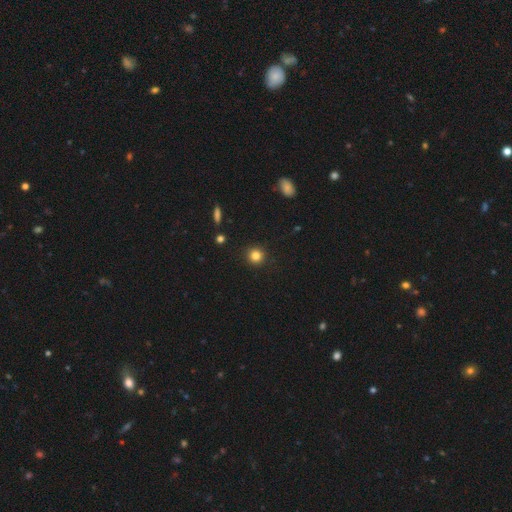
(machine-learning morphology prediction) A smooth galaxy with no disk features (83%) that is round (94%). Merging: none (92%).